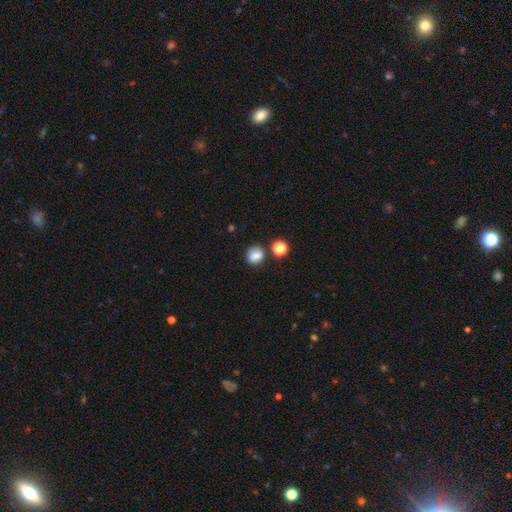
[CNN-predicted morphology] A smooth galaxy with no disk features (78%) that is round (75%). Merging: none (69%).